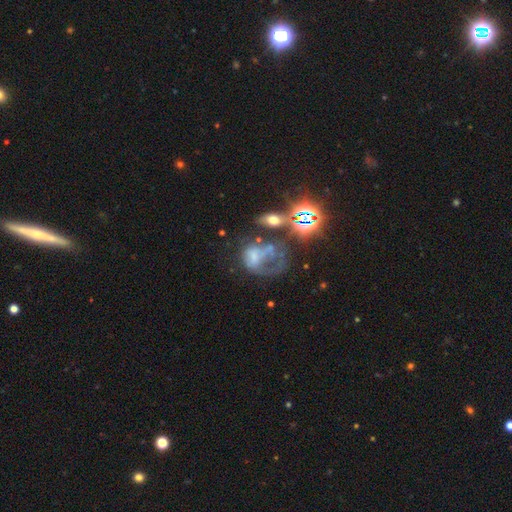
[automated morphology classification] This is possibly a featured or disk galaxy (45%). Merging: possibly major disturbance (48%).